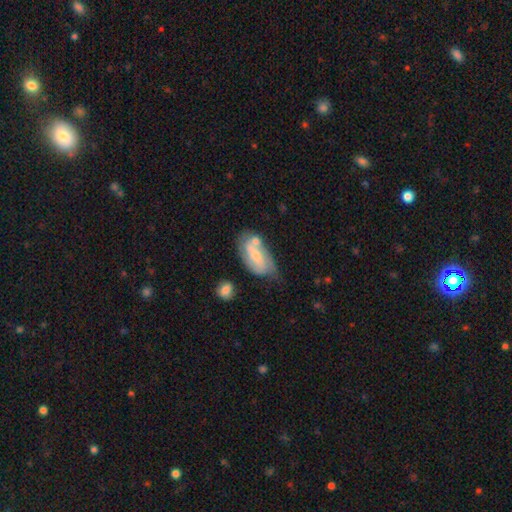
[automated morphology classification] Overall: smooth (48%; featured or disk 46%). Merging: none (38%; minor disturbance 29%).